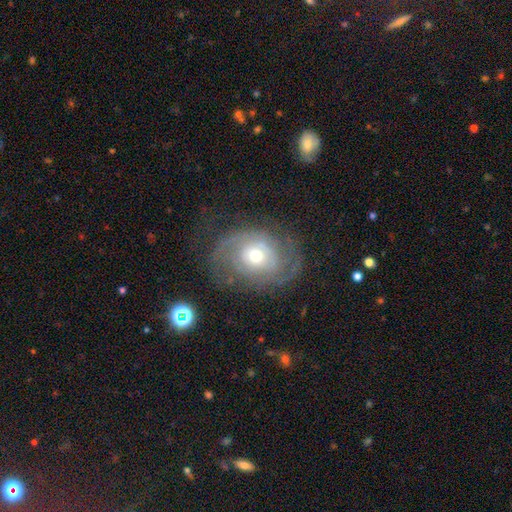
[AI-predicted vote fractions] Smooth or featured? featured or disk (75%)
Edge-on disk? no (96%)
Bar? no (79%)
Spiral arms? yes (84%)
Spiral winding? tight (56%)
Spiral arm count? 2 (38%)
Bulge size? moderate (59%)
Merging? none (65%)